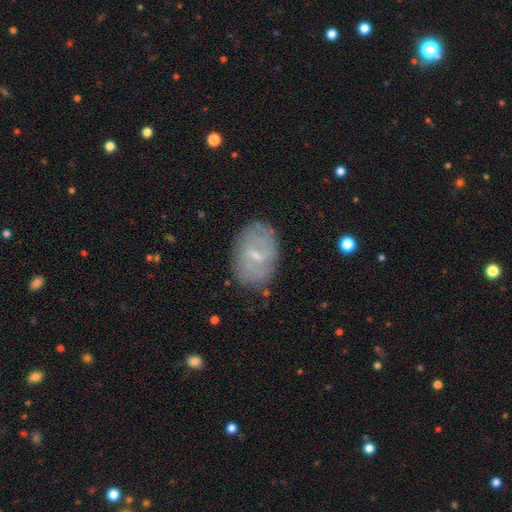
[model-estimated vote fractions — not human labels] smooth_or_featured: featured or disk (p=0.59) [alt: smooth p=0.33]
disk_edge_on: no (p=0.95) [alt: yes p=0.05]
bar: weak (p=0.62) [alt: strong p=0.20]
has_spiral_arms: yes (p=0.64) [alt: no p=0.36]
bulge_size: small (p=0.61) [alt: moderate p=0.22]
merging: none (p=0.77) [alt: minor disturbance p=0.16]